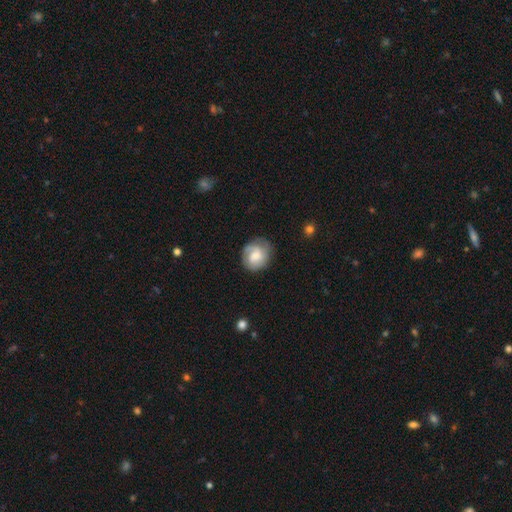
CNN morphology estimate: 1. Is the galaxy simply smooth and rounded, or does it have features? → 48% smooth, 45% featured or disk, 7% star or artifact.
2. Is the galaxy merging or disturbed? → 66% none, 22% minor disturbance, 10% major disturbance, 2% merger.